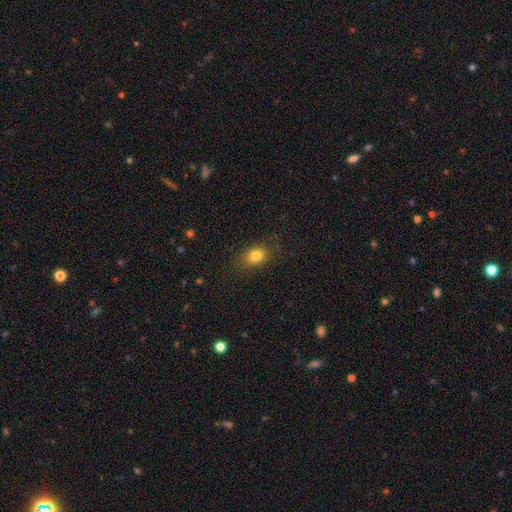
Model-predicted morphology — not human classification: This is clearly a smooth galaxy (81%). How rounded: likely in between (66%). Merging: clearly none (81%).